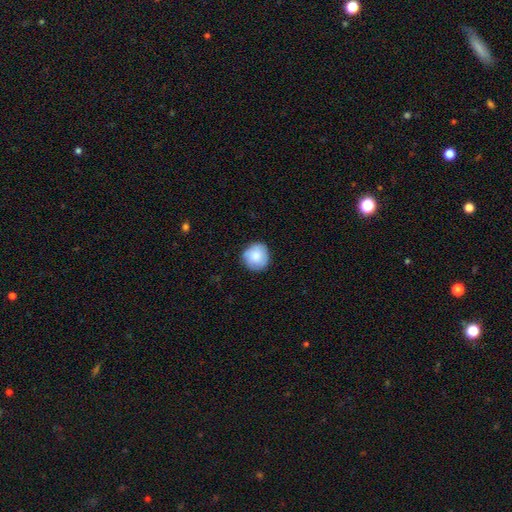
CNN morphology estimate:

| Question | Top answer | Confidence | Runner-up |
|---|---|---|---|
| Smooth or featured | smooth | 82% | featured or disk (11%) |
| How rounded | round | 93% | in between (6%) |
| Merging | none | 85% | minor disturbance (12%) |